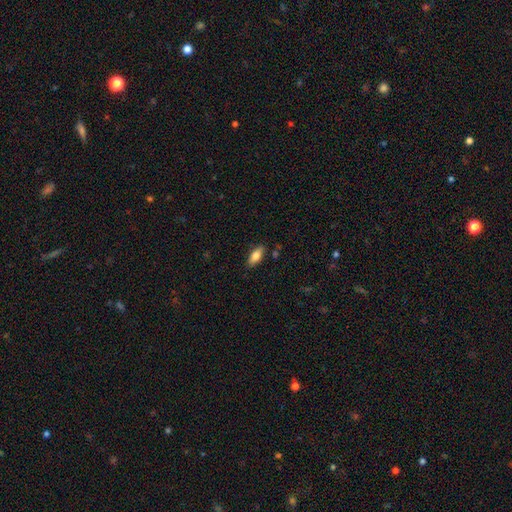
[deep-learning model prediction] A smooth galaxy with no disk features (78%) that is in between round and cigar-shaped (81%). Merging: none (85%).